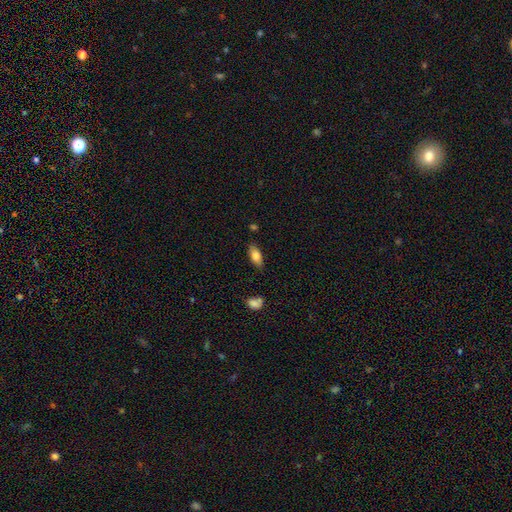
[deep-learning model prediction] Smooth or featured? Predicted: smooth (p=0.80). How rounded? Predicted: in between (p=0.87). Merging? Predicted: none (p=0.80).